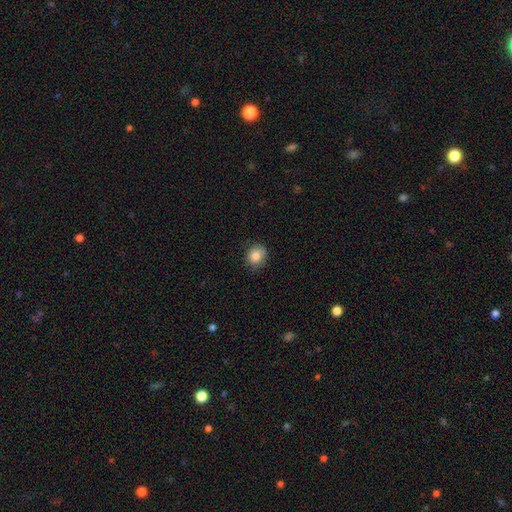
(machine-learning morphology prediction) Smooth or featured? smooth (85%)
How rounded? round (72%)
Merging? none (79%)